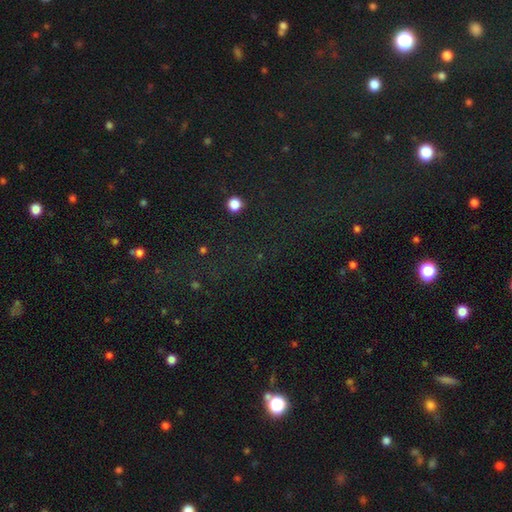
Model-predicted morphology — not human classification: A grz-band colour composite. It shows a star or artifact, not a galaxy (72%).